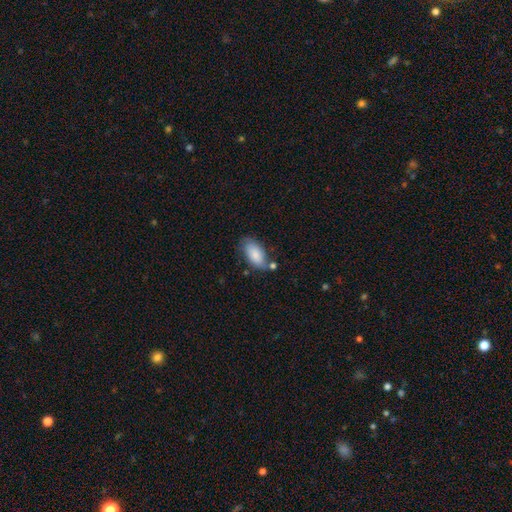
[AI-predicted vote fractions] Q: Smooth or featured?
A: smooth (83%); runner-up: featured or disk (11%)
Q: How rounded?
A: in between (93%); runner-up: cigar-shaped (4%)
Q: Merging?
A: none (63%); runner-up: minor disturbance (22%)